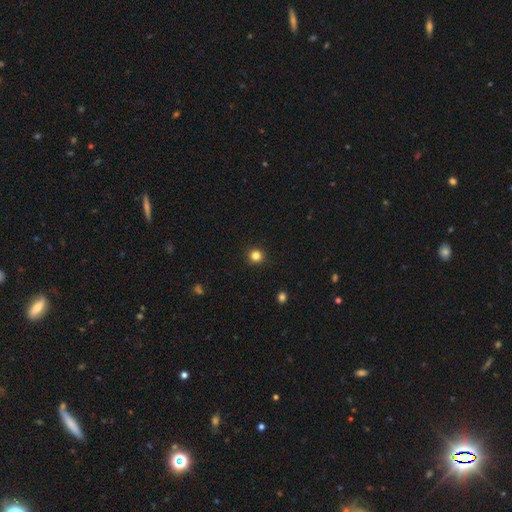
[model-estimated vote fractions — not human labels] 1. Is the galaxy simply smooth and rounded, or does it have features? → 83% smooth, 12% star or artifact, 5% featured or disk.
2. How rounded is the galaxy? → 92% round, 7% in between, 1% cigar-shaped.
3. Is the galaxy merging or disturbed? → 93% none, 5% minor disturbance, 2% major disturbance, 1% merger.